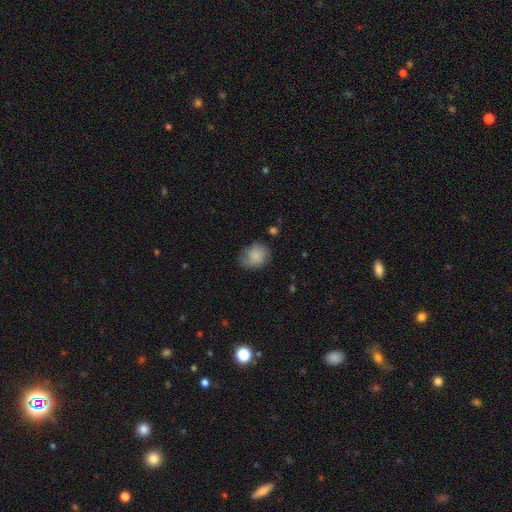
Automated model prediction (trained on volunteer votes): This appears to be a smooth galaxy with no disk features (83%) that is in between round and cigar-shaped (51%). Merging: none (63%).